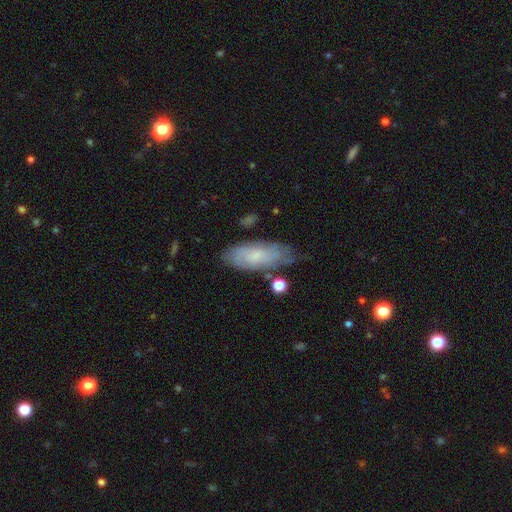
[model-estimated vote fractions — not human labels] featured or disk 48%, smooth 45%, star or artifact 8%. Down the decision tree: merging — none (64%).